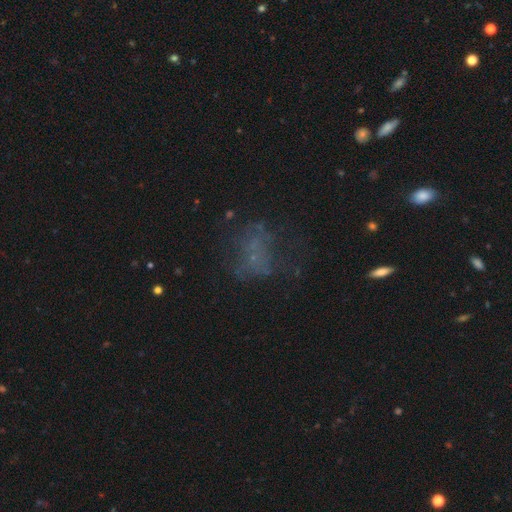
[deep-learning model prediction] This appears to be a smooth galaxy with no disk features (36%, tied with featured or disk). Merging: none (48%).